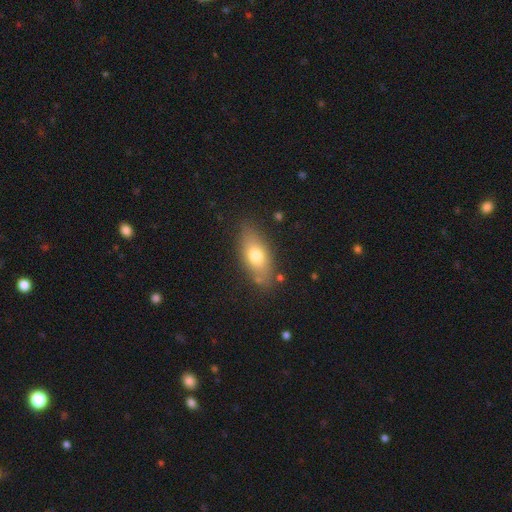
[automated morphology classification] smooth_or_featured: smooth (p=0.72) [alt: featured or disk p=0.20]
how_rounded: in between (p=0.82) [alt: cigar-shaped p=0.11]
merging: none (p=0.80) [alt: minor disturbance p=0.13]